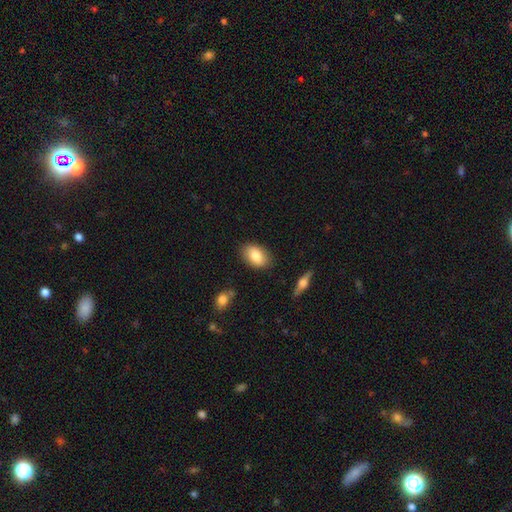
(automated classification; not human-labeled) The model was most divided on "merging": none: 84%, minor disturbance: 11%, major disturbance: 2%, merger: 2%. More confident: how rounded — in between (90%); smooth or featured — smooth (83%).